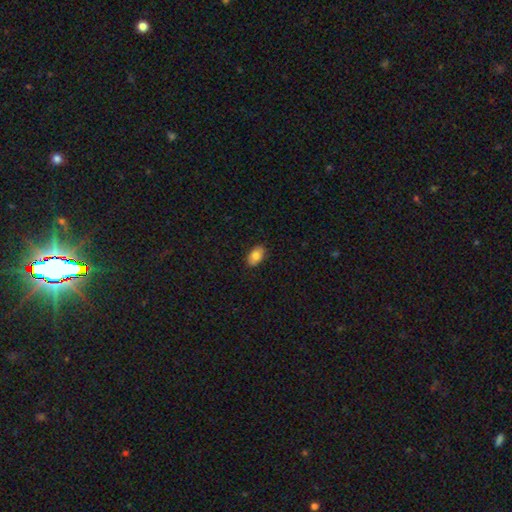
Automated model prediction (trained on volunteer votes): This is clearly a smooth galaxy (81%). How rounded: clearly in between (92%). Merging: clearly none (88%).